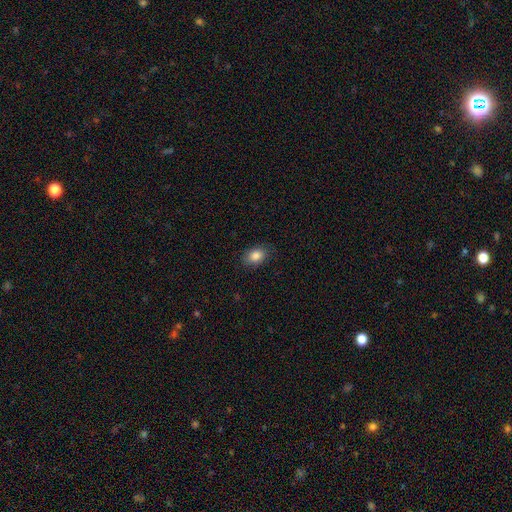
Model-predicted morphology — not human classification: Smooth or featured? Predicted: smooth (p=0.86). How rounded? Predicted: in between (p=0.76). Merging? Predicted: none (p=0.85).